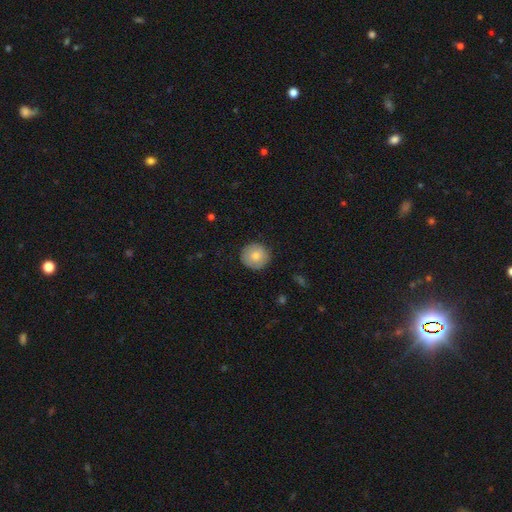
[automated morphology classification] This appears to be a smooth galaxy with no disk features (78%) that is round (94%). Merging: none (87%).